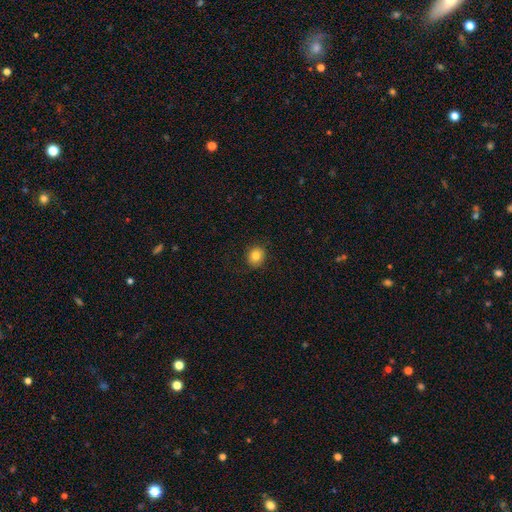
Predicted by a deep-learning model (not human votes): Overall: smooth (83%). How rounded: round (77%). Merging: none (87%).